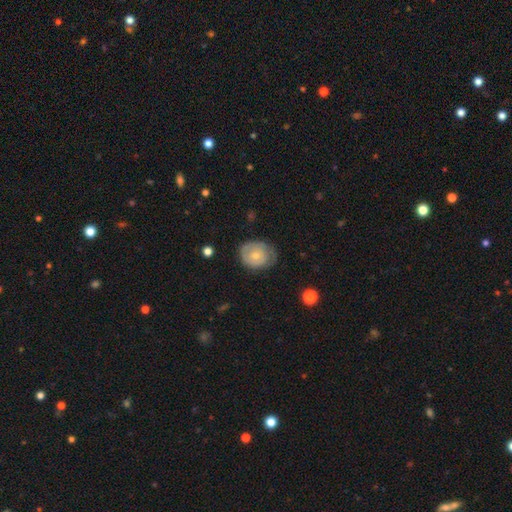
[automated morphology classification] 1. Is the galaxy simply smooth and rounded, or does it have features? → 47% smooth, 46% featured or disk, 6% star or artifact.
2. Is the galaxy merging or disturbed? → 59% none, 29% minor disturbance, 11% major disturbance, 1% merger.